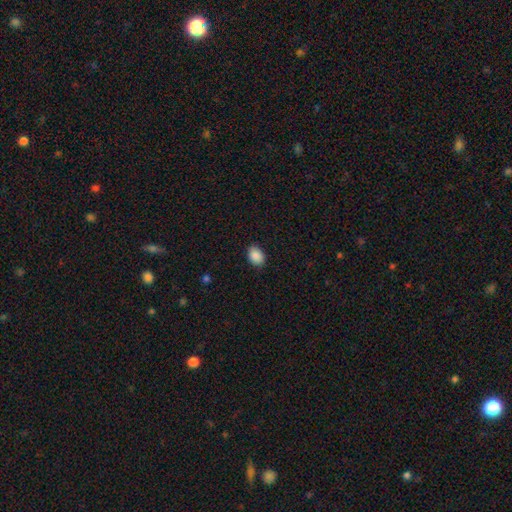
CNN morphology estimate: This appears to be a smooth galaxy with no disk features (90%) that is in between round and cigar-shaped (77%). Merging: none (87%).